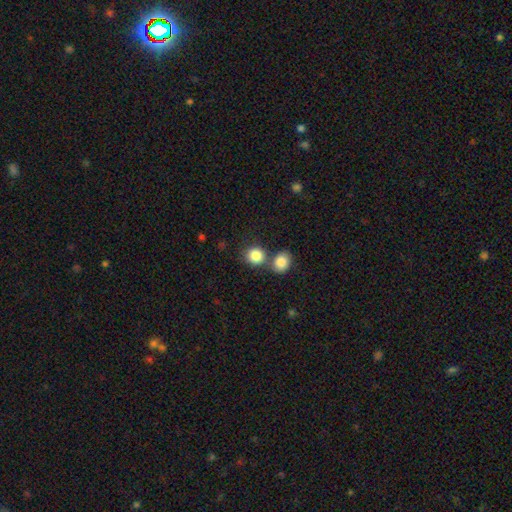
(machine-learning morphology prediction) Smooth or featured?
  - smooth: 86% *
  - star or artifact: 8%
  - featured or disk: 6%
How rounded?
  - round: 83% *
  - in between: 16%
  - cigar-shaped: 1%
Merging?
  - none: 54% *
  - merger: 34%
  - minor disturbance: 9%
  - major disturbance: 3%